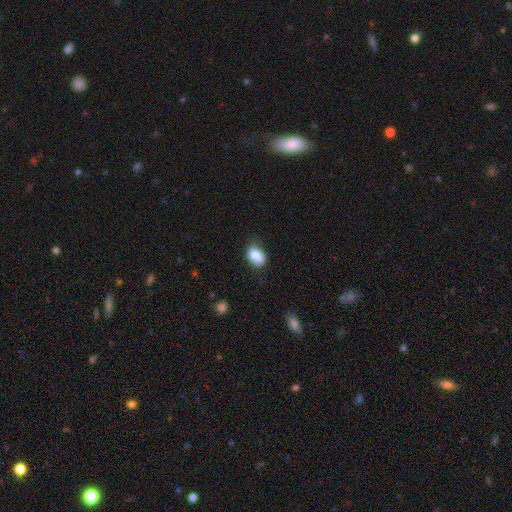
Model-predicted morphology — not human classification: Smooth or featured? smooth (86%)
How rounded? in between (82%)
Merging? none (76%)